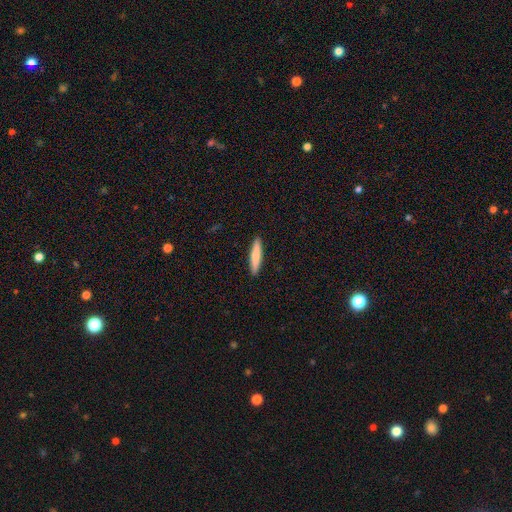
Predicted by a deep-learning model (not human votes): smooth_or_featured: smooth (p=0.75) [alt: featured or disk p=0.20]
how_rounded: cigar-shaped (p=0.89) [alt: in between p=0.10]
merging: none (p=0.92) [alt: minor disturbance p=0.06]